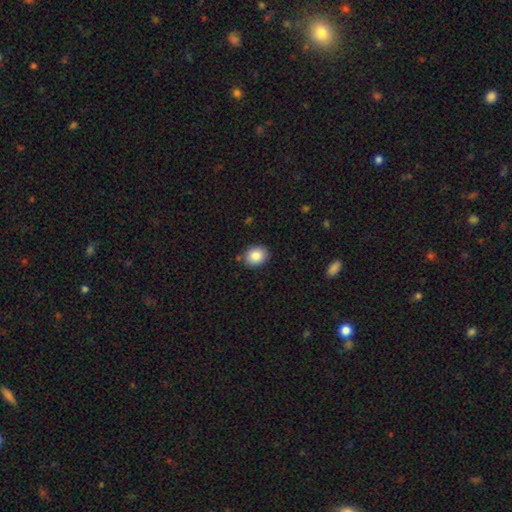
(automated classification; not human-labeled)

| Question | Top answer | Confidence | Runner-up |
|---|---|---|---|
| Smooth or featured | smooth | 86% | star or artifact (8%) |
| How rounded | round | 52% | in between (47%) |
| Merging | none | 85% | minor disturbance (11%) |